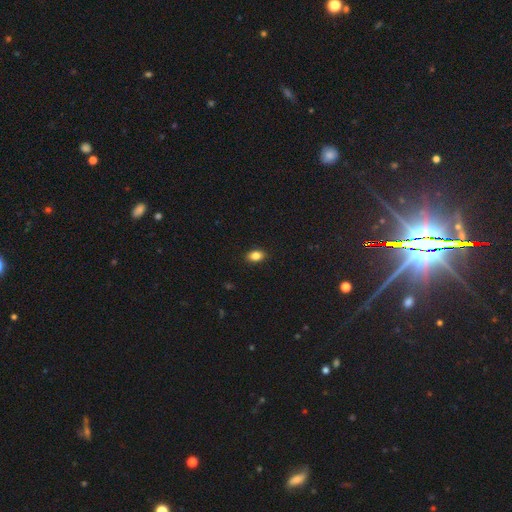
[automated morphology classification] Overall: smooth (84%). How rounded: in between (82%). Merging: none (90%).